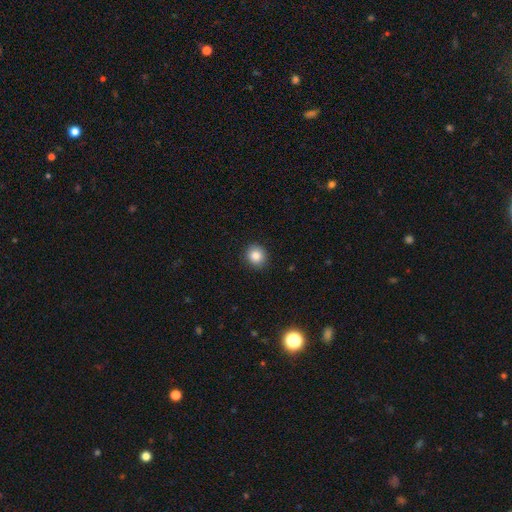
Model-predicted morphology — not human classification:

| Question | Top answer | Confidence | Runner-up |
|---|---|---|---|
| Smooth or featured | smooth | 85% | star or artifact (10%) |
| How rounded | round | 85% | in between (14%) |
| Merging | none | 90% | minor disturbance (7%) |